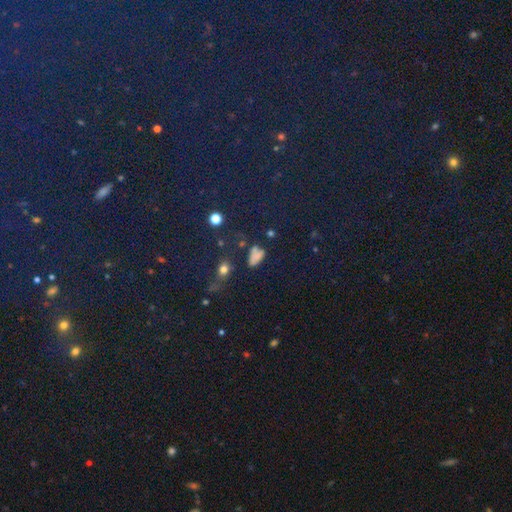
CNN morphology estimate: A smooth galaxy with no disk features (61%) that is in between round and cigar-shaped (78%).

Vote fractions:
- Smooth or featured? smooth: 61% / star or artifact: 25% / featured or disk: 14%
- How rounded? in between: 78% / round: 14% / cigar-shaped: 8%
- Merging? none: 44% / minor disturbance: 24% / major disturbance: 18% / merger: 14%